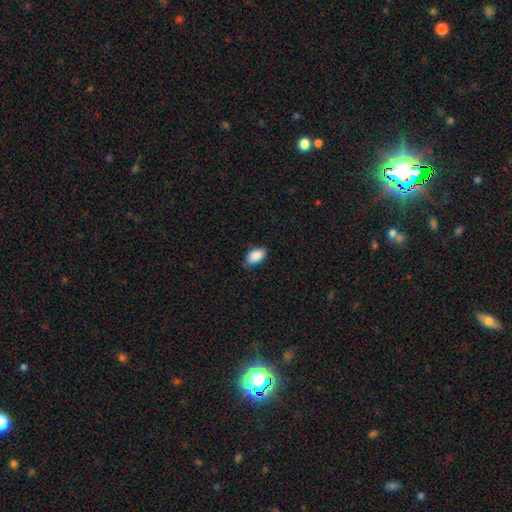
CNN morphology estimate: Smooth or featured? smooth (90%)
How rounded? in between (93%)
Merging? none (77%)